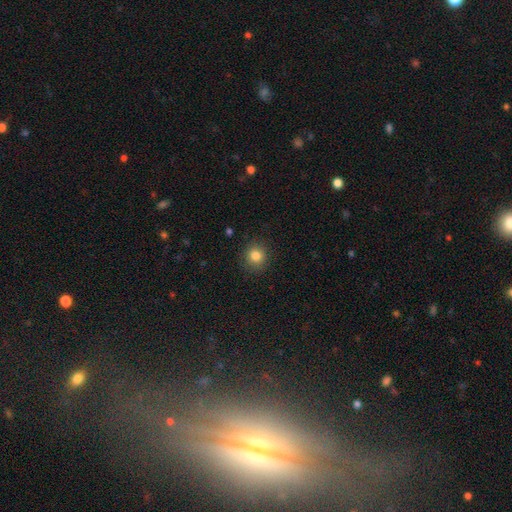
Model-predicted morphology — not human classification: A smooth galaxy with no disk features (83%) that is round (87%).

Vote fractions:
- Smooth or featured? smooth: 83% / star or artifact: 11% / featured or disk: 6%
- How rounded? round: 87% / in between: 12% / cigar-shaped: 1%
- Merging? none: 89% / minor disturbance: 7% / major disturbance: 2% / merger: 1%